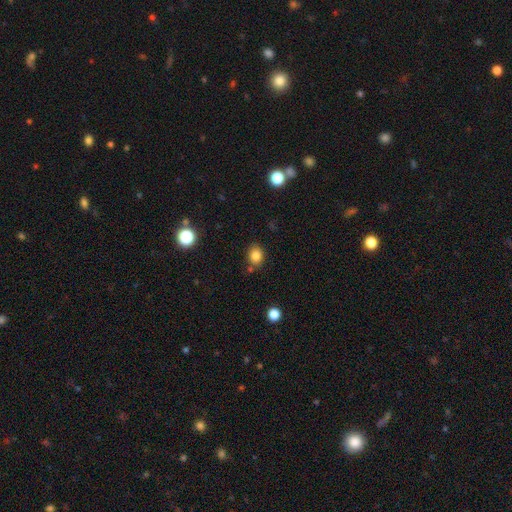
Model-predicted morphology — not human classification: smooth 82%, star or artifact 12%, featured or disk 6%. Down the decision tree: how rounded — round (61%); merging — none (78%).